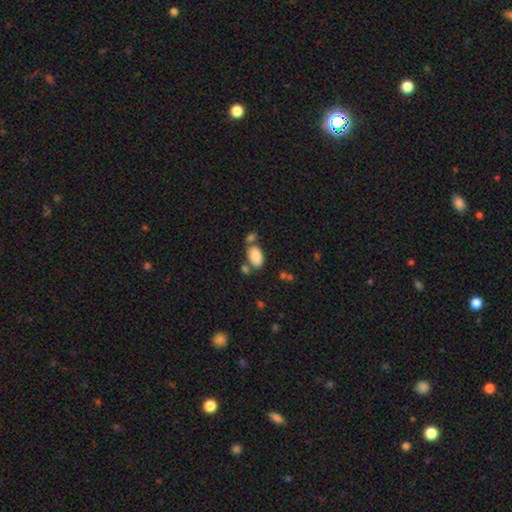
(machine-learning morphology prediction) type=smooth (85%); roundness=in between (93%); merging=none (56%).